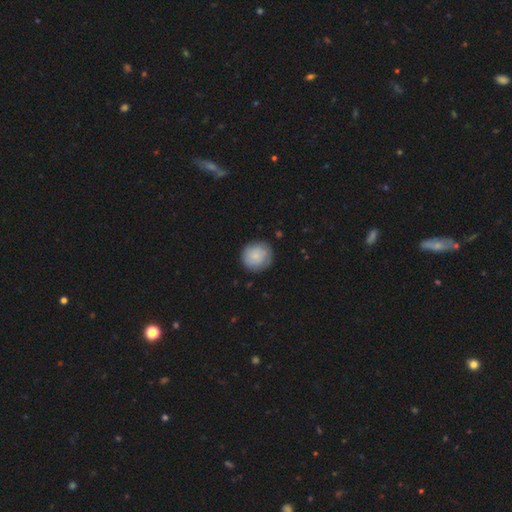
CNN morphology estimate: A smooth galaxy with no disk features (72%) that is round (91%). Merging: none (84%).